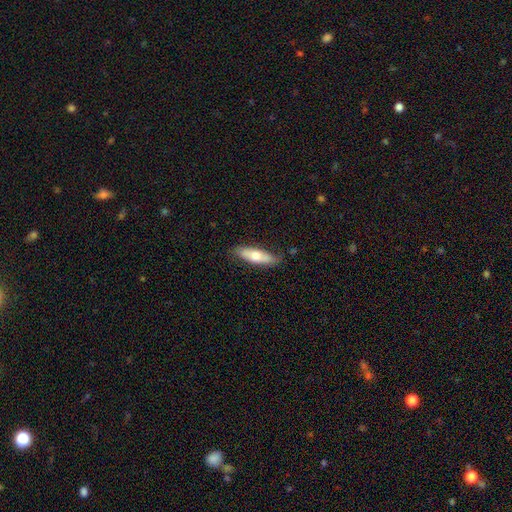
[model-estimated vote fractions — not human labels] smooth-or-featured: smooth: 61% | featured or disk: 33% | star or artifact: 6%
  how-rounded: cigar-shaped: 50% | in between: 48% | round: 2%
  merging: none: 78% | minor disturbance: 17% | major disturbance: 3% | merger: 1%